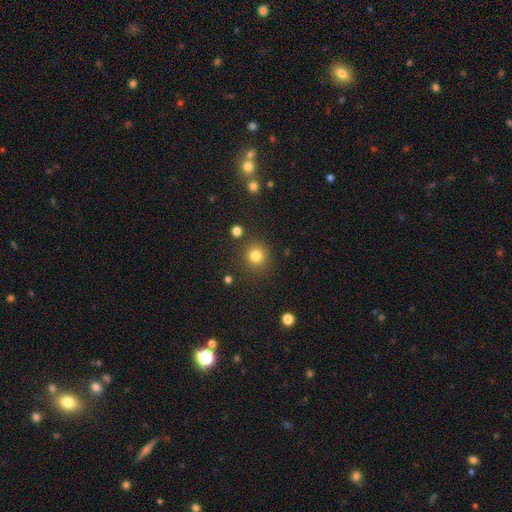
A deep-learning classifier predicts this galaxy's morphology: The model was most divided on "smooth or featured": smooth: 81%, star or artifact: 13%, featured or disk: 6%. More confident: how rounded — round (91%); merging — none (86%).